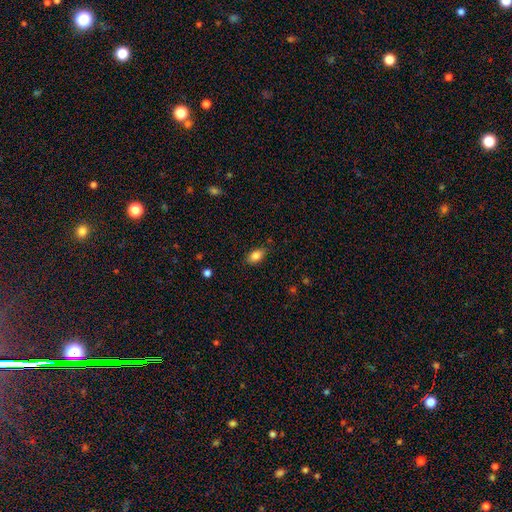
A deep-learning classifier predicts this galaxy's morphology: A smooth galaxy with no disk features (84%) that is in between round and cigar-shaped (88%).

Vote fractions:
- Smooth or featured? smooth: 84% / star or artifact: 8% / featured or disk: 8%
- How rounded? in between: 88% / round: 9% / cigar-shaped: 3%
- Merging? none: 81% / minor disturbance: 15% / major disturbance: 3% / merger: 1%